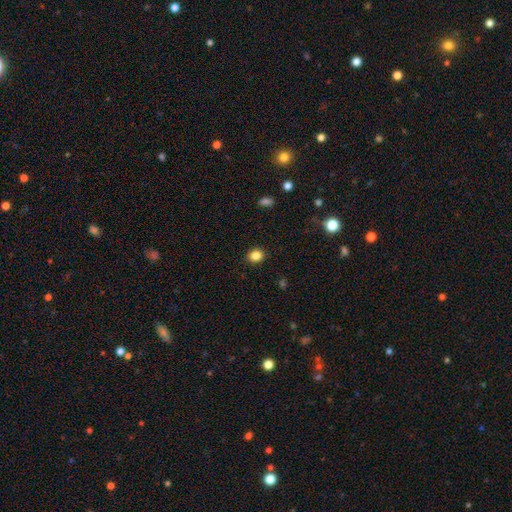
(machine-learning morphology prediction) Smooth or featured? smooth (85%)
How rounded? round (63%)
Merging? none (91%)